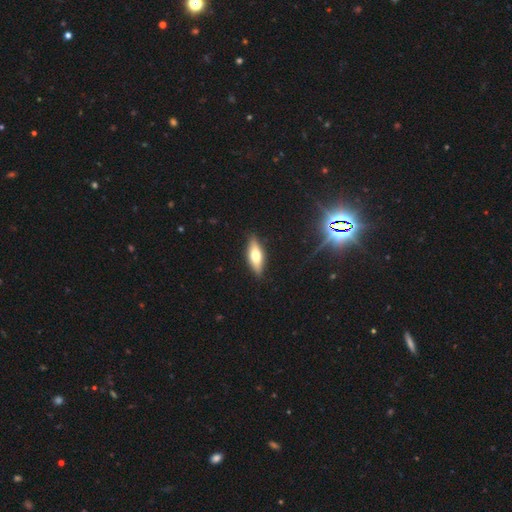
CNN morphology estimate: smooth 58%, featured or disk 35%, star or artifact 7%. Down the decision tree: how rounded — in between (59%); merging — none (87%).